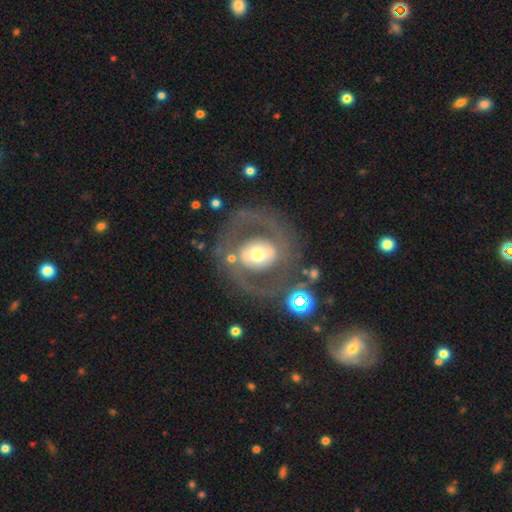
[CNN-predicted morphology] Smooth or featured?
  - featured or disk: 74% *
  - smooth: 18%
  - star or artifact: 7%
Edge-on disk?
  - no: 96% *
  - yes: 4%
Bar?
  - no: 54% *
  - weak: 28%
  - strong: 18%
Spiral arms?
  - yes: 58% *
  - no: 42%
Bulge size?
  - moderate: 60% *
  - small: 18%
  - large: 17%
  - dominant: 3%
  - none: 1%
Merging?
  - none: 72% *
  - minor disturbance: 13%
  - major disturbance: 10%
  - merger: 4%